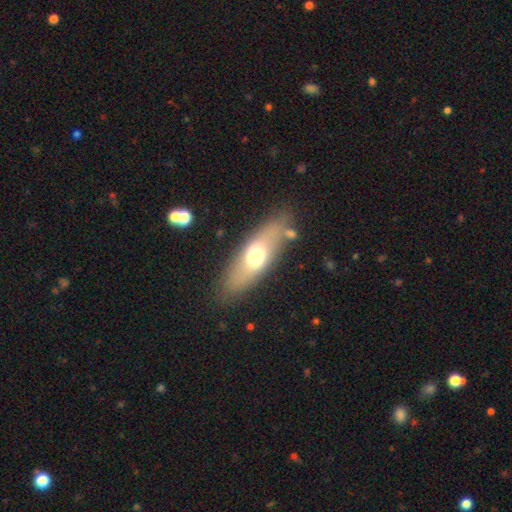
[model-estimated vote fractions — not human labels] smooth-or-featured: smooth: 59% | featured or disk: 34% | star or artifact: 7%
  how-rounded: in between: 59% | cigar-shaped: 38% | round: 3%
  merging: none: 80% | minor disturbance: 12% | major disturbance: 4% | merger: 3%